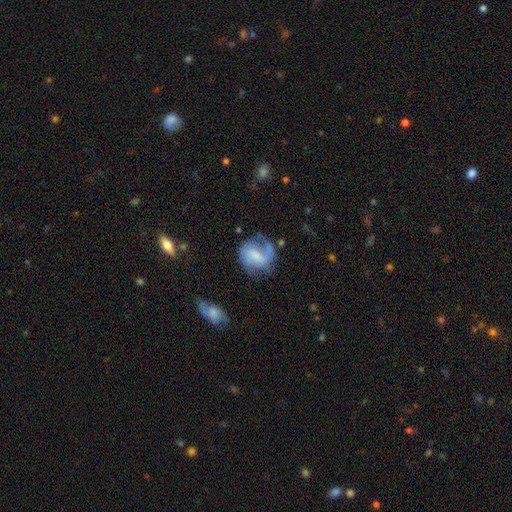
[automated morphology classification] Smooth or featured? Predicted: featured or disk (p=0.61). Edge-on disk? Predicted: no (p=0.98). Bar? Predicted: weak (p=0.46). Spiral arms? Predicted: yes (p=0.85). Spiral winding? Predicted: medium (p=0.41). Spiral arm count? Predicted: 1 (p=0.47). Bulge size? Predicted: none (p=0.40). Merging? Predicted: none (p=0.49).